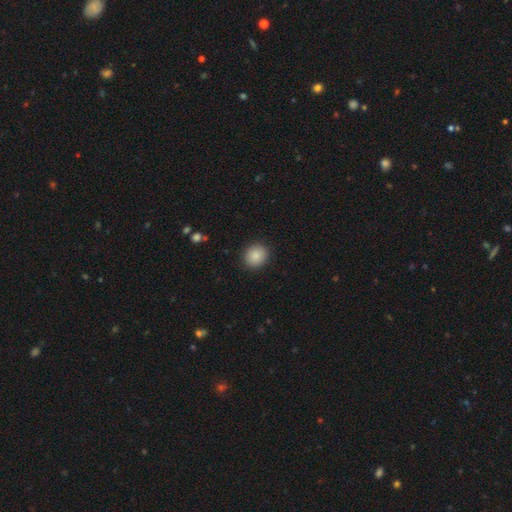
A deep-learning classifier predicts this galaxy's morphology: Smooth or featured? smooth (87%)
How rounded? round (80%)
Merging? none (90%)